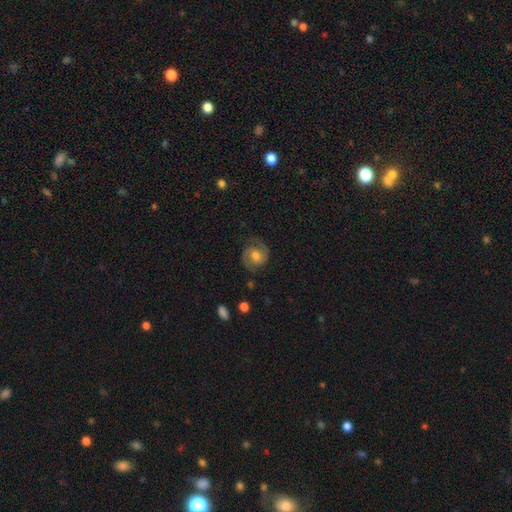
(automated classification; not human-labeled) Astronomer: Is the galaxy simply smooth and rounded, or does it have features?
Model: featured or disk — 74%.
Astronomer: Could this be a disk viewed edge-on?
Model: no — 98%.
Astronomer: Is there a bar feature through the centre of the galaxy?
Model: no — 46% (runner-up: weak, 43%).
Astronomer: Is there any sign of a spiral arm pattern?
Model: yes — 93%.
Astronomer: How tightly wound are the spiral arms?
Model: medium — 50% (runner-up: tight, 36%).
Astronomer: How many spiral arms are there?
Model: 2 — 90%.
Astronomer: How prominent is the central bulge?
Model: moderate — 72%.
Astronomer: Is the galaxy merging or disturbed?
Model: none — 79%.